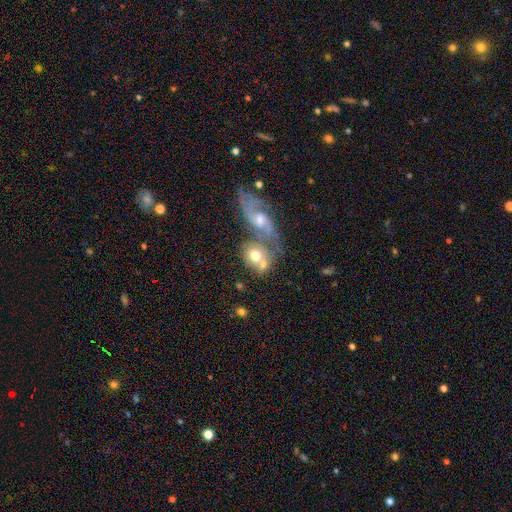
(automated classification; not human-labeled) smooth_or_featured: smooth (p=0.49) [alt: featured or disk p=0.43]
merging: merger (p=0.53) [alt: none p=0.30]